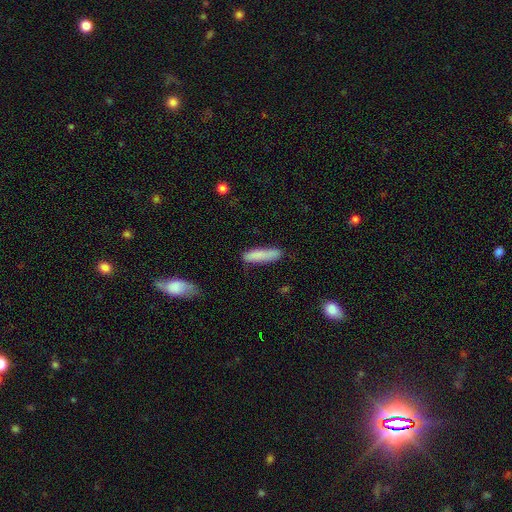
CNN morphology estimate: Smooth or featured? Predicted: smooth (p=0.82). How rounded? Predicted: cigar-shaped (p=0.82). Merging? Predicted: none (p=0.79).